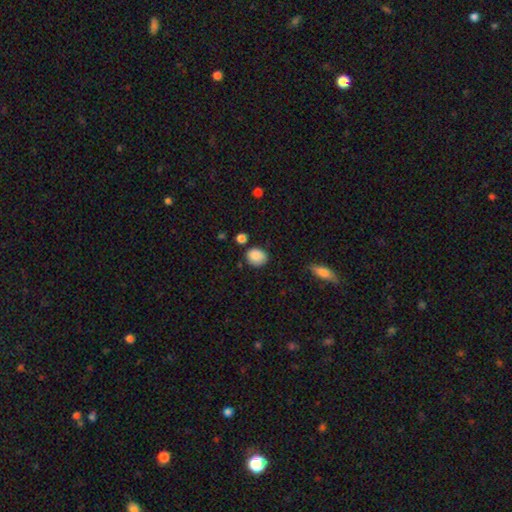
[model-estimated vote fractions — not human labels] Smooth or featured? smooth (87%)
How rounded? round (64%)
Merging? none (77%)